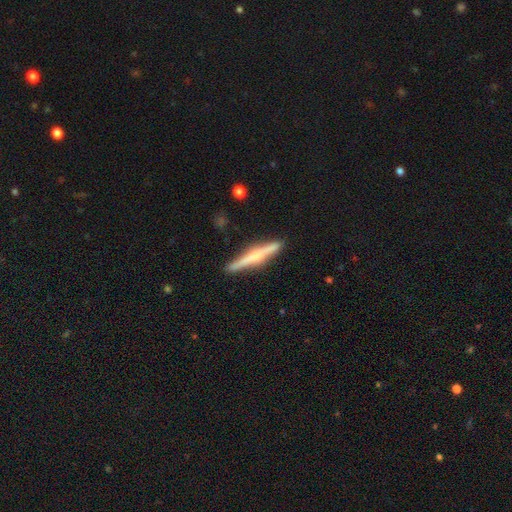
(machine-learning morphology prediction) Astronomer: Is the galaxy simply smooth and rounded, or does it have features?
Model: featured or disk — 62%.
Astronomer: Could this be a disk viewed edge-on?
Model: yes — 98%.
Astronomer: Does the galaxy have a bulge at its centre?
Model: rounded — 57%.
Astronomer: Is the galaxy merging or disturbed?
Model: none — 89%.